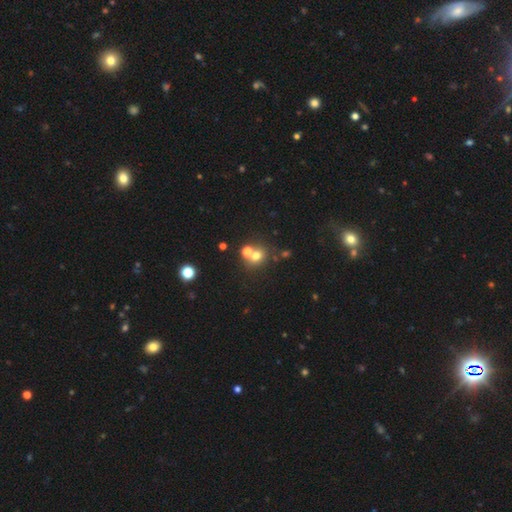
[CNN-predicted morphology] A smooth galaxy with no disk features (65%) that is round (76%). Merging: none (51%).